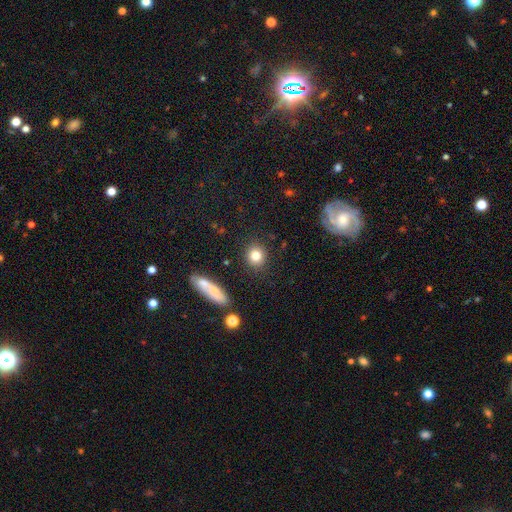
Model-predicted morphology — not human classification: A smooth galaxy with no disk features (81%) that is round (84%).

Vote fractions:
- Smooth or featured? smooth: 81% / star or artifact: 10% / featured or disk: 9%
- How rounded? round: 84% / in between: 14% / cigar-shaped: 2%
- Merging? none: 88% / minor disturbance: 7% / major disturbance: 2% / merger: 2%